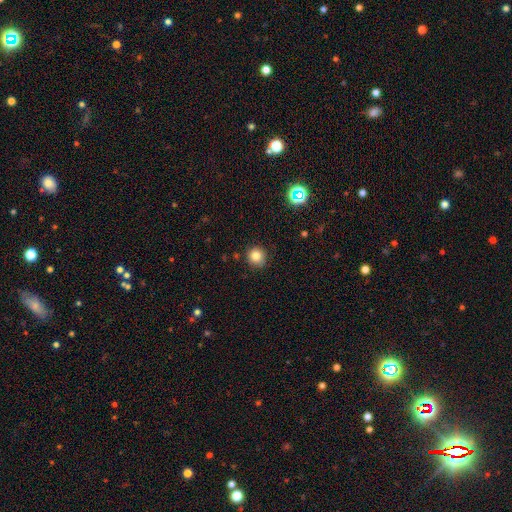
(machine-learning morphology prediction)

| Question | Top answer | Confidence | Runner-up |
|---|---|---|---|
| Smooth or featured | smooth | 82% | star or artifact (12%) |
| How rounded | round | 92% | in between (7%) |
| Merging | none | 87% | minor disturbance (9%) |